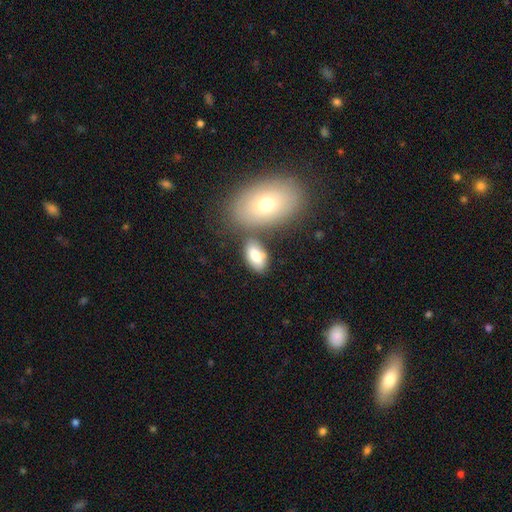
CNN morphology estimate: Smooth or featured? smooth (77%)
How rounded? in between (92%)
Merging? none (60%)